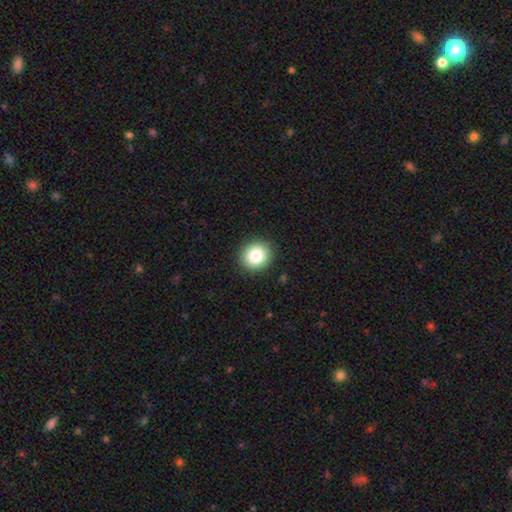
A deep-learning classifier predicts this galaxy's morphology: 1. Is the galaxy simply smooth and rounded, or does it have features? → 84% smooth, 10% star or artifact, 7% featured or disk.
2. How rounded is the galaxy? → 87% round, 12% in between, 1% cigar-shaped.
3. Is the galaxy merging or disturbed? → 91% none, 6% minor disturbance, 2% major disturbance, 1% merger.